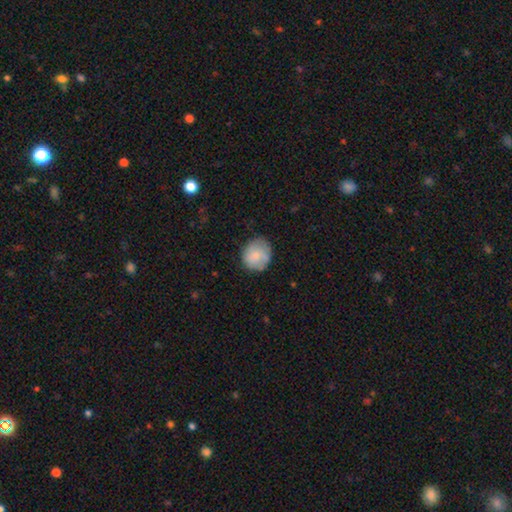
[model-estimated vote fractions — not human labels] A smooth galaxy with no disk features (79%) that is round (78%).

Vote fractions:
- Smooth or featured? smooth: 79% / featured or disk: 14% / star or artifact: 7%
- How rounded? round: 78% / in between: 21% / cigar-shaped: 1%
- Merging? none: 73% / minor disturbance: 20% / major disturbance: 5% / merger: 2%